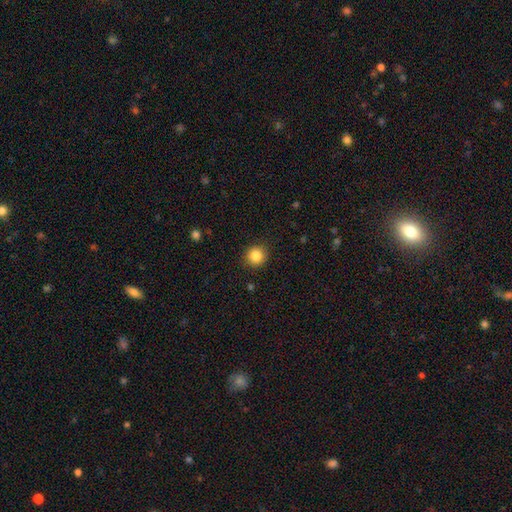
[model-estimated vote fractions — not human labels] Morphology: type=smooth (86%); roundness=round (92%); merging=none (90%).